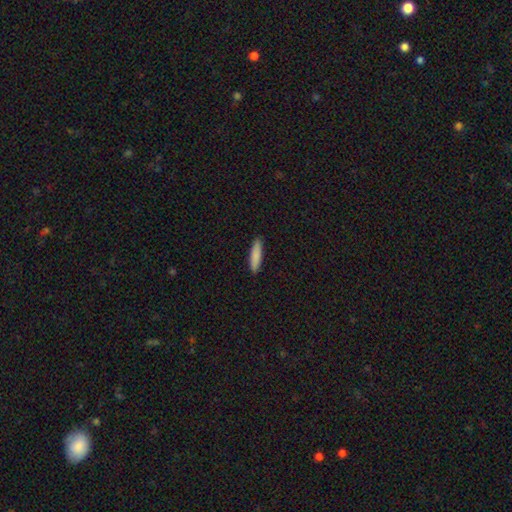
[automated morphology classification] smooth 87%, featured or disk 7%, star or artifact 6%. Down the decision tree: how rounded — cigar-shaped (78%); merging — none (91%).